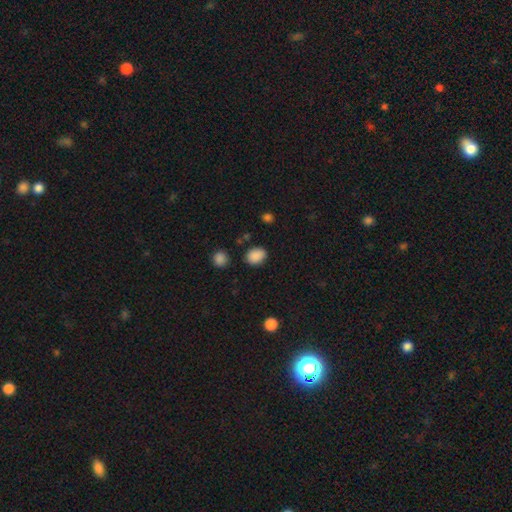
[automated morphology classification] smooth_or_featured: smooth (p=0.88) [alt: star or artifact p=0.09]
how_rounded: in between (p=0.67) [alt: round p=0.32]
merging: none (p=0.82) [alt: minor disturbance p=0.12]